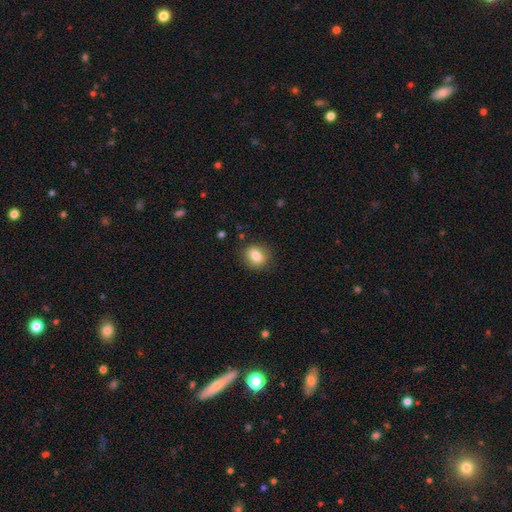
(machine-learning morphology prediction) Q: Smooth or featured?
A: smooth (80%); runner-up: featured or disk (11%)
Q: How rounded?
A: round (63%); runner-up: in between (36%)
Q: Merging?
A: none (85%); runner-up: minor disturbance (11%)